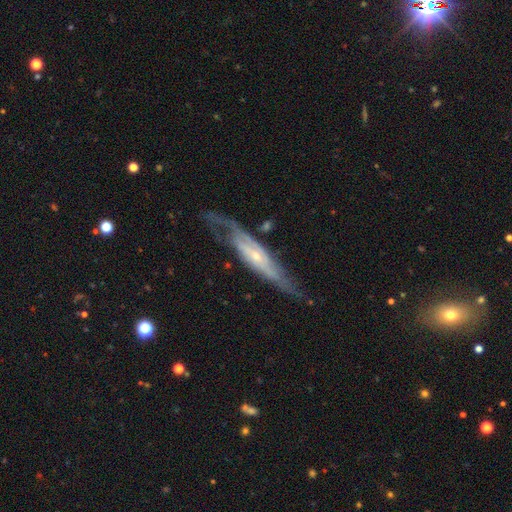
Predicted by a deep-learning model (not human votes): smooth_or_featured: featured or disk (p=0.81) [alt: smooth p=0.14]
disk_edge_on: no (p=0.50) [tied with: yes p=0.50]
merging: none (p=0.59) [alt: minor disturbance p=0.23]